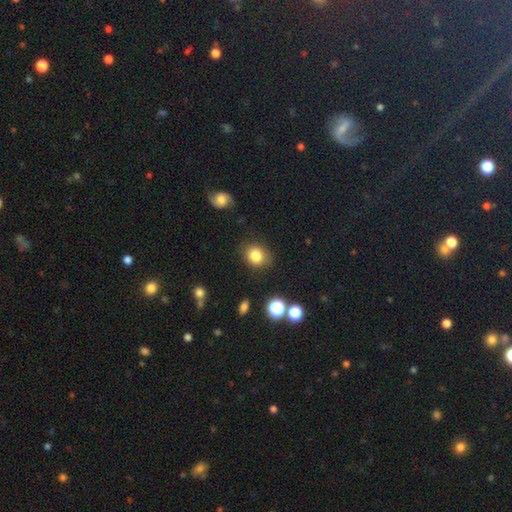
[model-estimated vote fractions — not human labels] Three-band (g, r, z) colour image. It shows a smooth galaxy with no disk features (82%) that is round (65%). Merging: none (80%).